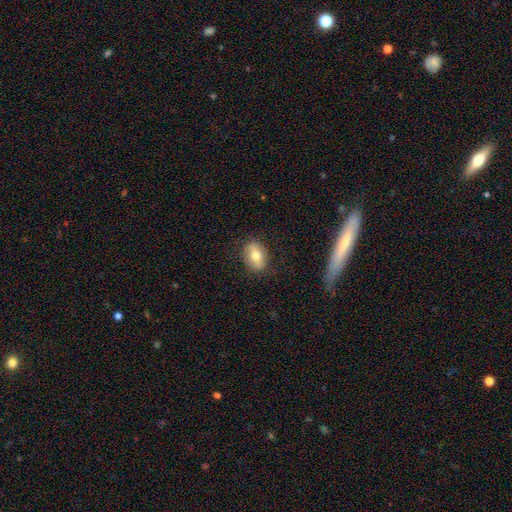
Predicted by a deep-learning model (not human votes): Overall: smooth (62%; featured or disk 30%). How rounded: in between (65%; round 33%). Merging: none (84%).